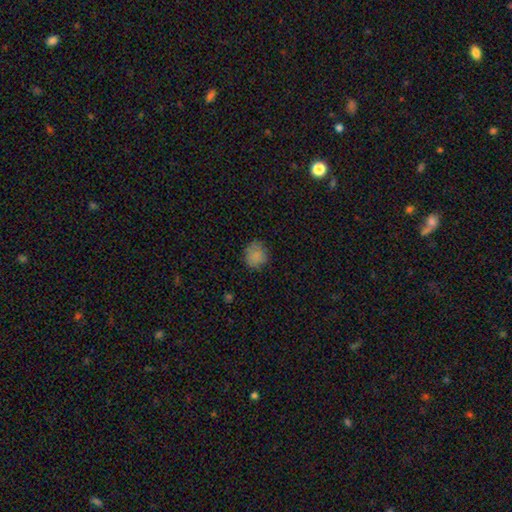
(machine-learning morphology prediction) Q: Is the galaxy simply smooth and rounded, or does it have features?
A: smooth — 82%.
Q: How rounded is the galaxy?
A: round — 84%.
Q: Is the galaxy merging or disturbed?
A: none — 77%.